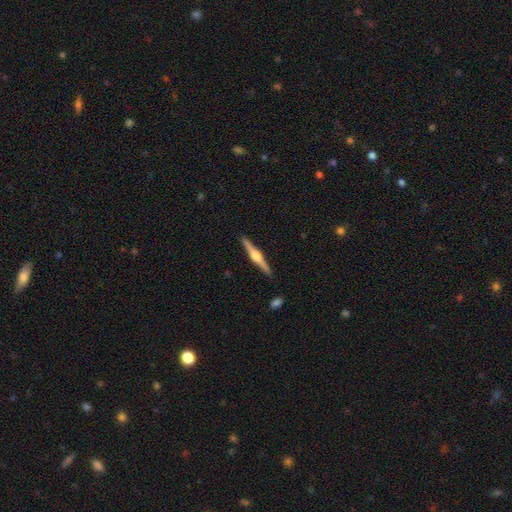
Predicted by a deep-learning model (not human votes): Smooth or featured? Predicted: featured or disk (p=0.81). Edge-on disk? Predicted: yes (p=0.99). Edge-on bulge? Predicted: rounded (p=0.92). Merging? Predicted: none (p=0.91).